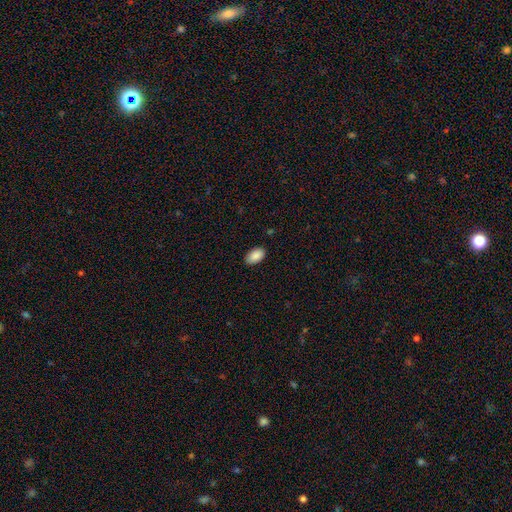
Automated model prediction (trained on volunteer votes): Smooth or featured? smooth (90%)
How rounded? in between (94%)
Merging? none (87%)